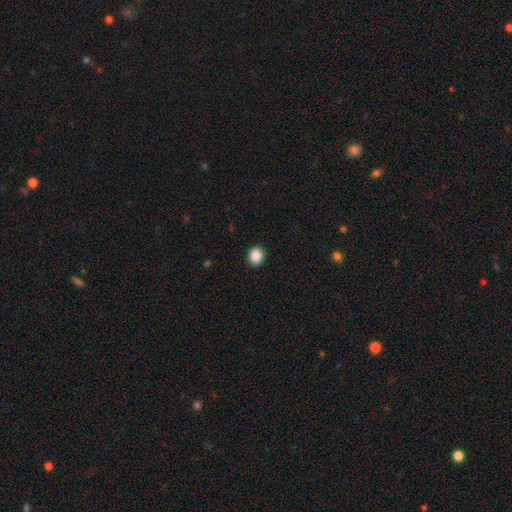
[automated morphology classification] smooth-or-featured: smooth: 88% | star or artifact: 9% | featured or disk: 3%
  how-rounded: round: 70% | in between: 29% | cigar-shaped: 1%
  merging: none: 92% | minor disturbance: 5% | major disturbance: 2% | merger: 1%